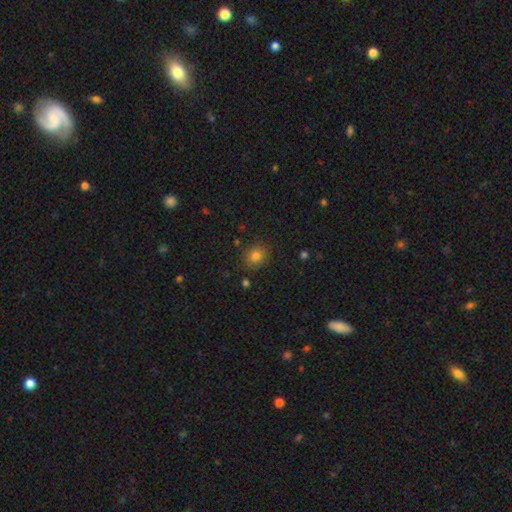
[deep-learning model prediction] A smooth galaxy with no disk features (80%) that is round (80%).

Vote fractions:
- Smooth or featured? smooth: 80% / star or artifact: 14% / featured or disk: 7%
- How rounded? round: 80% / in between: 19% / cigar-shaped: 1%
- Merging? none: 86% / minor disturbance: 9% / major disturbance: 3% / merger: 2%